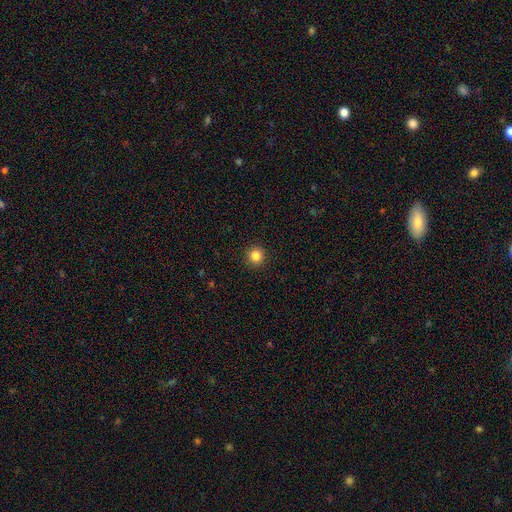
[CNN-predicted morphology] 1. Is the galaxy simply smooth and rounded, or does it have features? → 84% smooth, 12% star or artifact, 4% featured or disk.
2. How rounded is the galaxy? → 94% round, 5% in between, 1% cigar-shaped.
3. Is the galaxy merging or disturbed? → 93% none, 5% minor disturbance, 2% major disturbance, 1% merger.